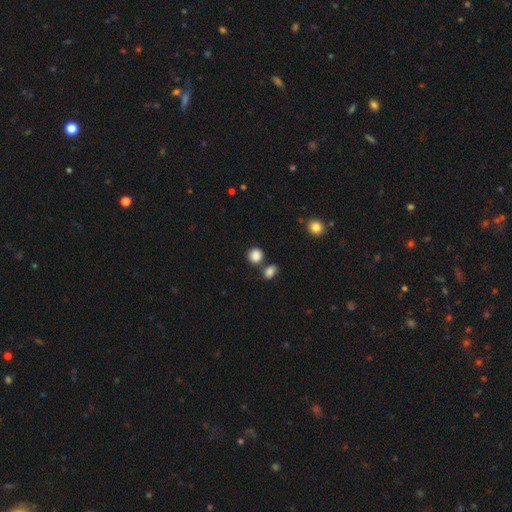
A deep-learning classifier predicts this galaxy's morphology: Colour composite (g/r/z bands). It shows a smooth galaxy with no disk features (86%) that is round (79%). Merging: none (69%).